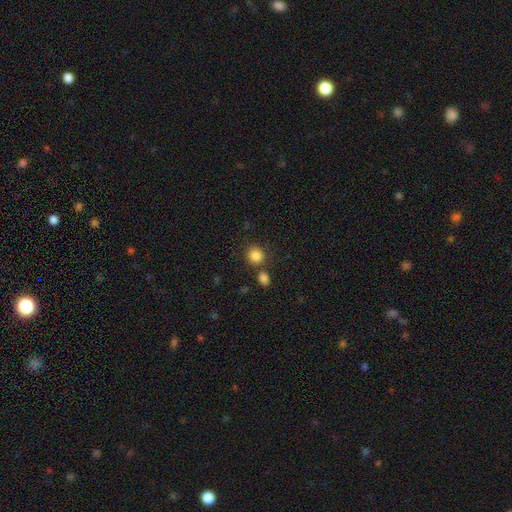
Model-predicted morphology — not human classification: Overall: smooth (85%). How rounded: round (83%). Merging: none (72%).